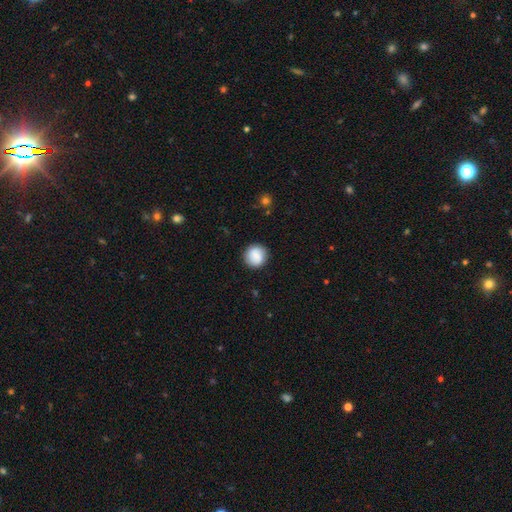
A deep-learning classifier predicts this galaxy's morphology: A smooth galaxy with no disk features (76%) that is round (93%). Merging: none (88%).